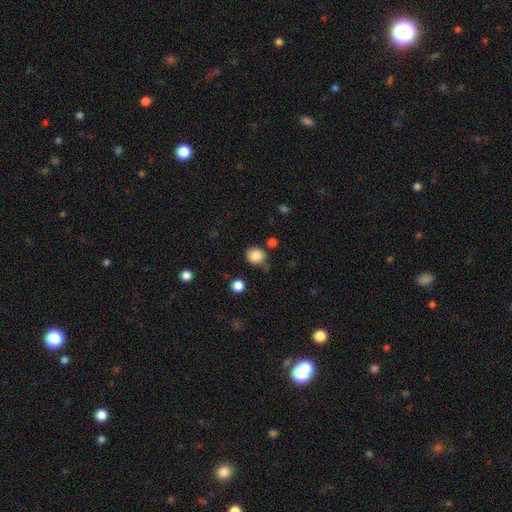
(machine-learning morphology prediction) smooth_or_featured: smooth (p=0.84) [alt: star or artifact p=0.10]
how_rounded: round (p=0.77) [alt: in between p=0.22]
merging: none (p=0.69) [alt: minor disturbance p=0.21]